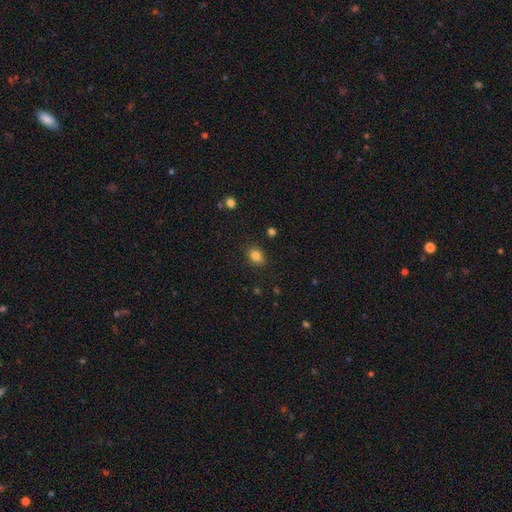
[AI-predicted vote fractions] smooth_or_featured: smooth (p=0.82) [alt: star or artifact p=0.11]
how_rounded: in between (p=0.69) [alt: round p=0.30]
merging: none (p=0.82) [alt: minor disturbance p=0.14]